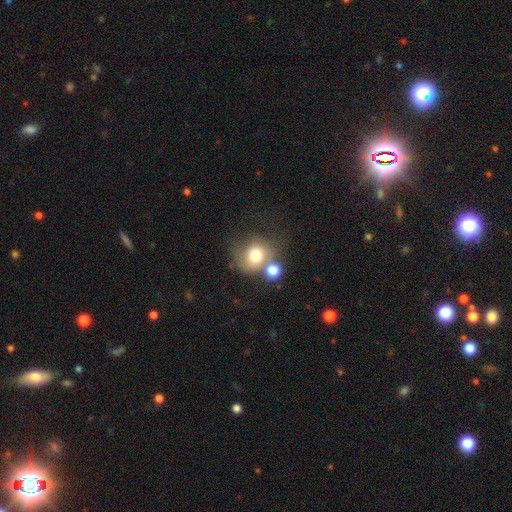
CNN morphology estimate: Smooth or featured? smooth (72%)
How rounded? round (79%)
Merging? none (43%)